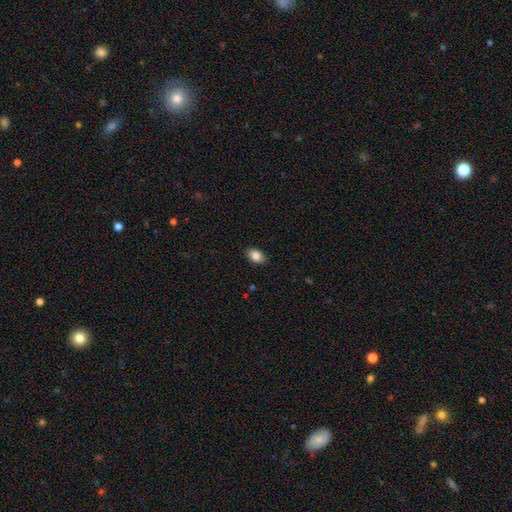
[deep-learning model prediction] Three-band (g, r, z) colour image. It shows a smooth galaxy with no disk features (85%) that is in between round and cigar-shaped (85%). Merging: none (87%).